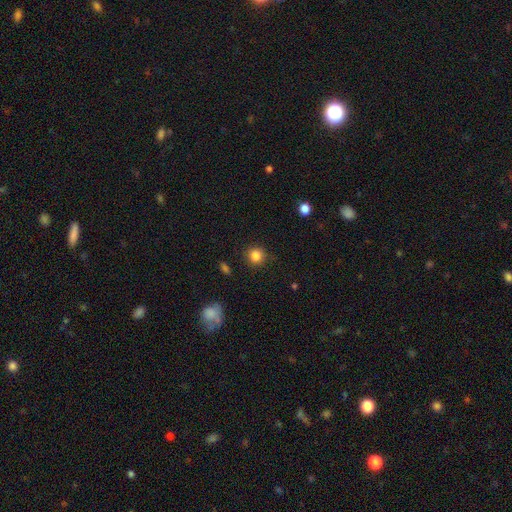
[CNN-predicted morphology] This appears to be a smooth galaxy with no disk features (84%) that is round (90%). Merging: none (87%).